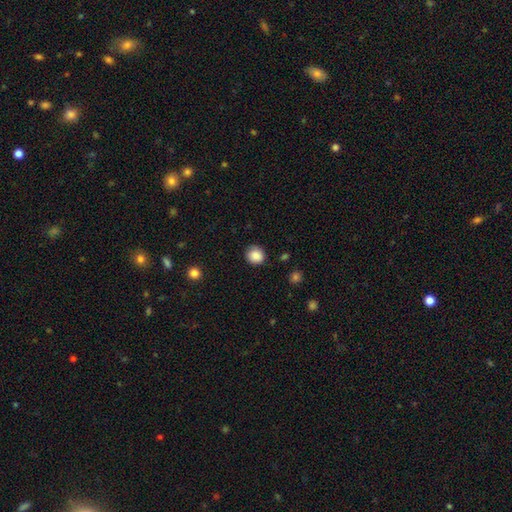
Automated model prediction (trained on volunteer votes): Overall: smooth (87%). How rounded: round (83%). Merging: none (84%).